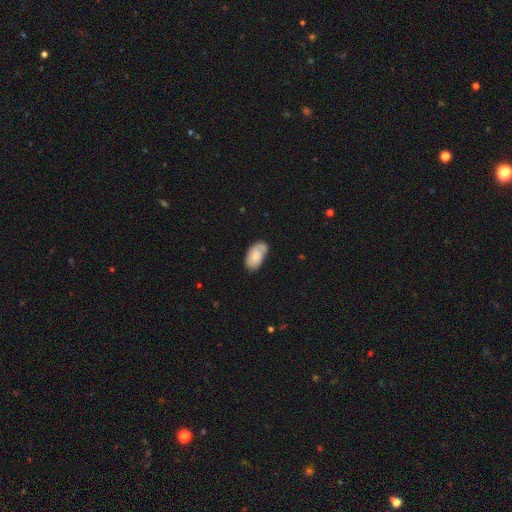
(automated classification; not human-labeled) This appears to be a smooth galaxy with no disk features (62%) that is in between round and cigar-shaped (94%). Merging: none (66%).